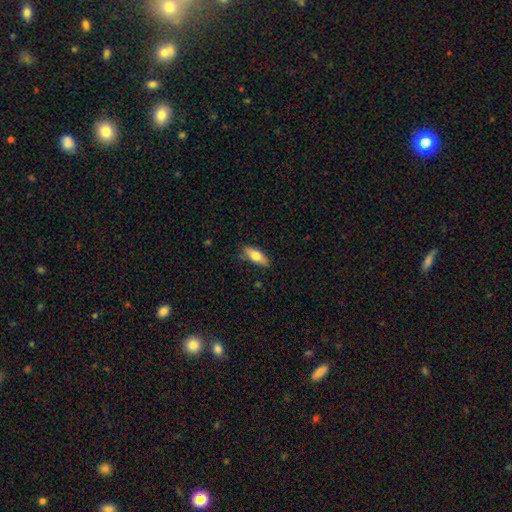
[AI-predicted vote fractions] Q: Smooth or featured?
A: smooth (74%); runner-up: featured or disk (20%)
Q: How rounded?
A: in between (73%); runner-up: cigar-shaped (24%)
Q: Merging?
A: none (78%); runner-up: minor disturbance (17%)